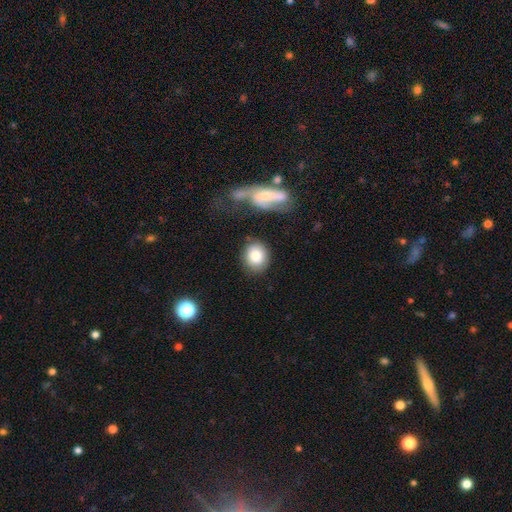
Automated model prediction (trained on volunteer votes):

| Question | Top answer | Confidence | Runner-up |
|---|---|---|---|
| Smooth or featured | smooth | 82% | featured or disk (10%) |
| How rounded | round | 65% | in between (34%) |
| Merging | none | 75% | minor disturbance (13%) |